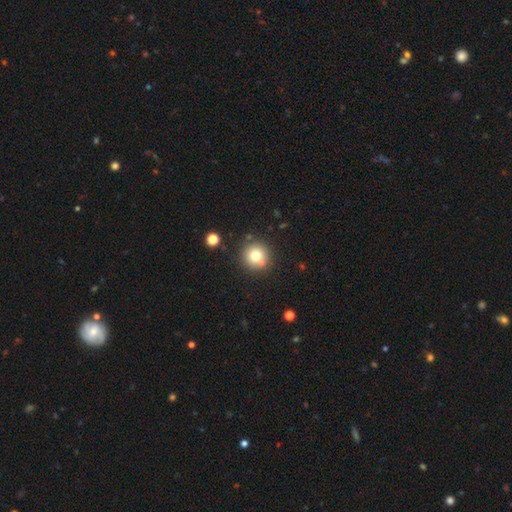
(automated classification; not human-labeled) smooth-or-featured: smooth: 76% | star or artifact: 13% | featured or disk: 11%
  how-rounded: round: 94% | in between: 5% | cigar-shaped: 1%
  merging: none: 82% | minor disturbance: 10% | merger: 6% | major disturbance: 3%